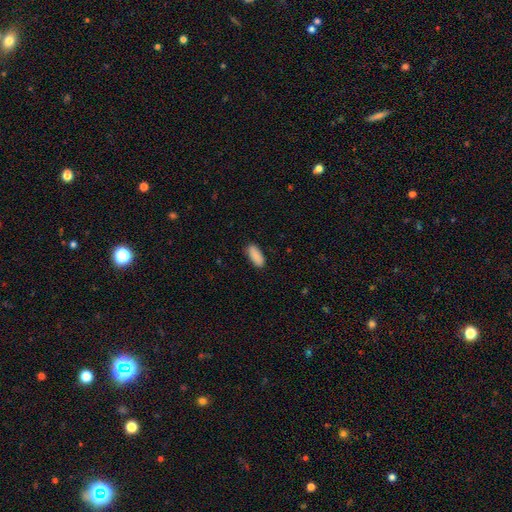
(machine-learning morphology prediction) smooth 89%, star or artifact 6%, featured or disk 5%. Down the decision tree: how rounded — in between (81%); merging — none (86%).